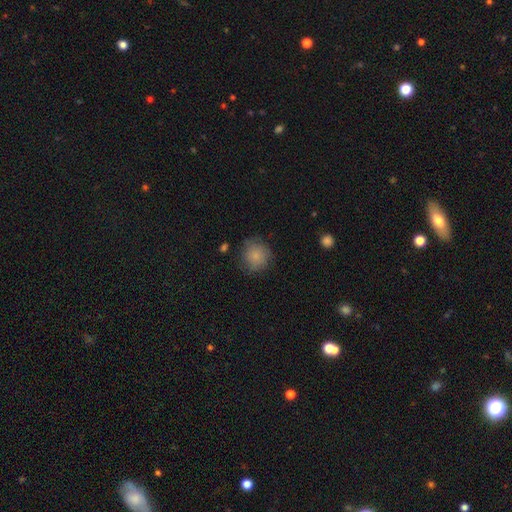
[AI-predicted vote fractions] smooth 82%, featured or disk 9%, star or artifact 9%. Down the decision tree: how rounded — round (90%); merging — none (75%).